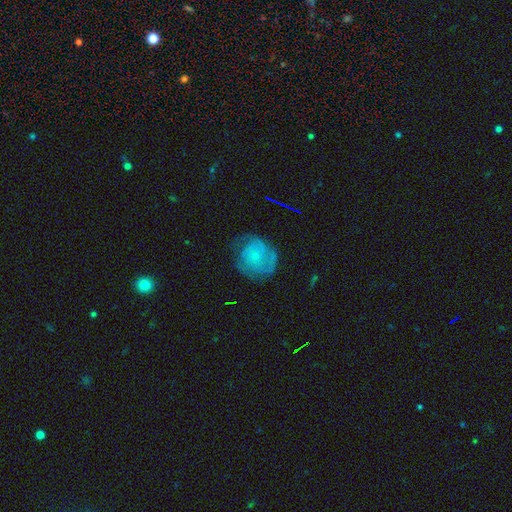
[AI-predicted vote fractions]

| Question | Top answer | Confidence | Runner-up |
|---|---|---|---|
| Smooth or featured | featured or disk | 56% | smooth (35%) |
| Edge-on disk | no | 98% | yes (2%) |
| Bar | no | 82% | weak (16%) |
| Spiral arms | yes | 80% | no (20%) |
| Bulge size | small | 77% | moderate (13%) |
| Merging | none | 55% | minor disturbance (27%) |